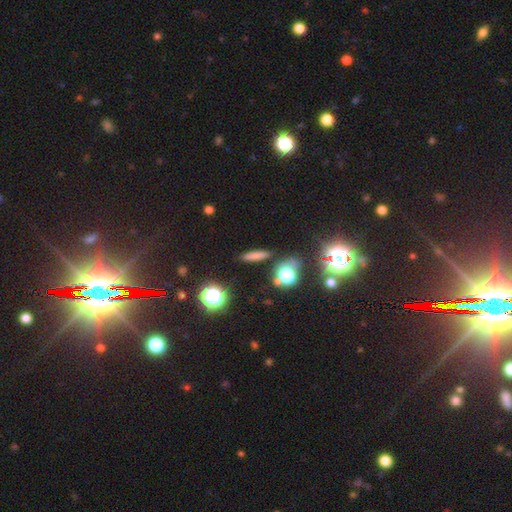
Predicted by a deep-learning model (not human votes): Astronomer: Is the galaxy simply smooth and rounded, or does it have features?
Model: smooth — 69%.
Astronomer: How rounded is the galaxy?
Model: cigar-shaped — 77%.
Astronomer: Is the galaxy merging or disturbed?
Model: none — 86%.